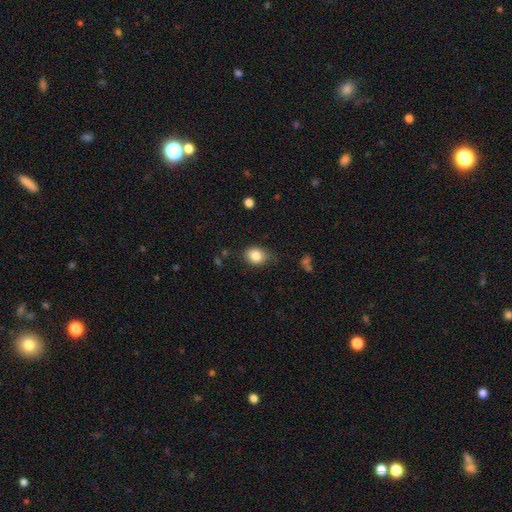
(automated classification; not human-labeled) Overall: smooth (83%). How rounded: in between (59%; round 40%). Merging: none (66%; minor disturbance 27%).